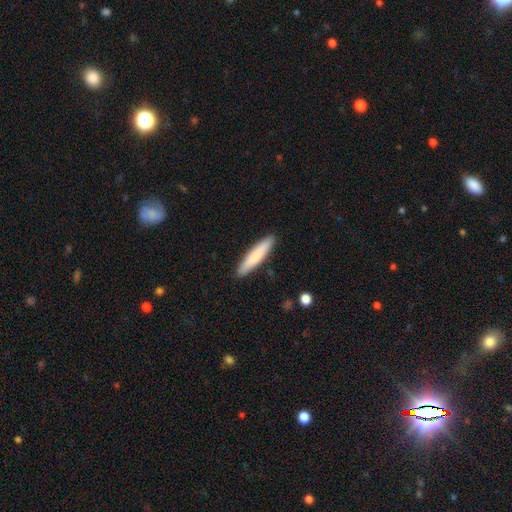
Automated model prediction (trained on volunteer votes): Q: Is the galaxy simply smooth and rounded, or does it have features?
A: smooth — 77%.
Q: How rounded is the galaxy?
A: cigar-shaped — 86%.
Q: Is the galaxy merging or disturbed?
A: none — 90%.